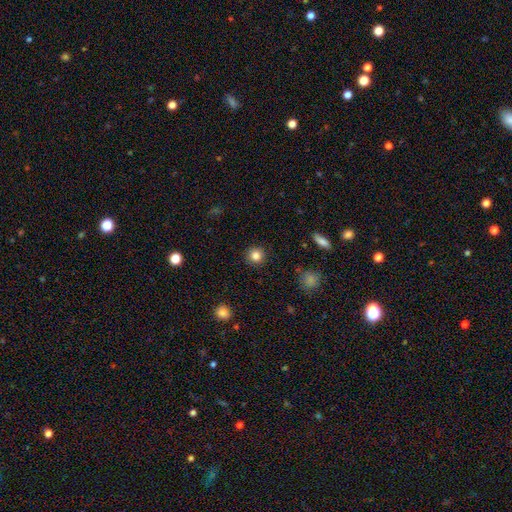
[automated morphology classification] Smooth or featured: smooth — 84% (star or artifact — 11%)
How rounded: round — 93% (in between — 6%)
Merging: none — 91% (minor disturbance — 6%)